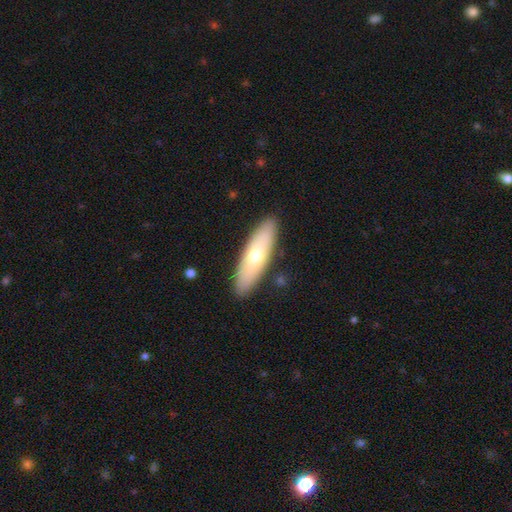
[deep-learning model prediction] Smooth or featured? Predicted: smooth (p=0.61). How rounded? Predicted: cigar-shaped (p=0.54). Merging? Predicted: none (p=0.88).